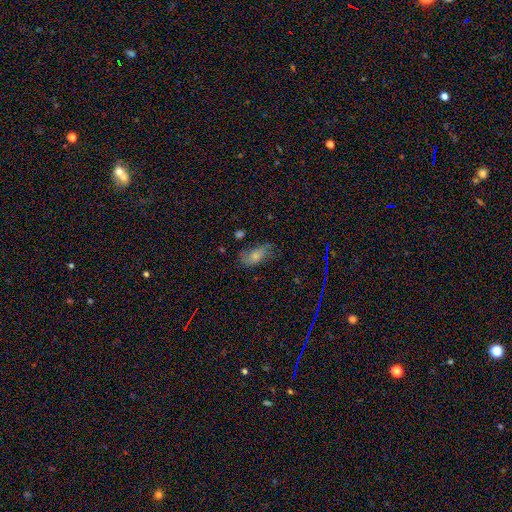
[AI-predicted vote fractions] Smooth or featured: smooth — 66% (featured or disk — 22%)
How rounded: in between — 89% (round — 6%)
Merging: none — 51% (minor disturbance — 31%)